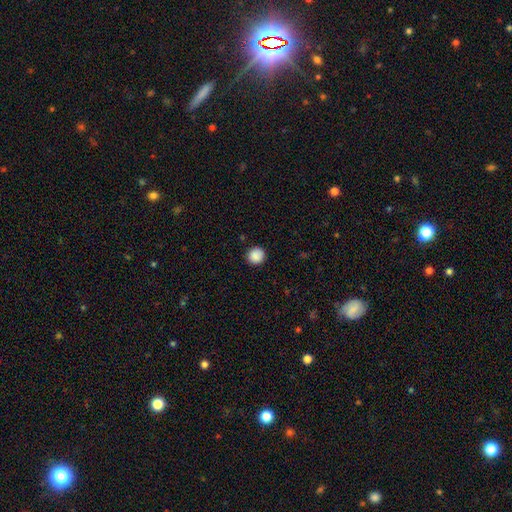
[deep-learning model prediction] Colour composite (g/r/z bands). It shows a smooth galaxy with no disk features (89%) that is round (94%). Merging: none (92%).